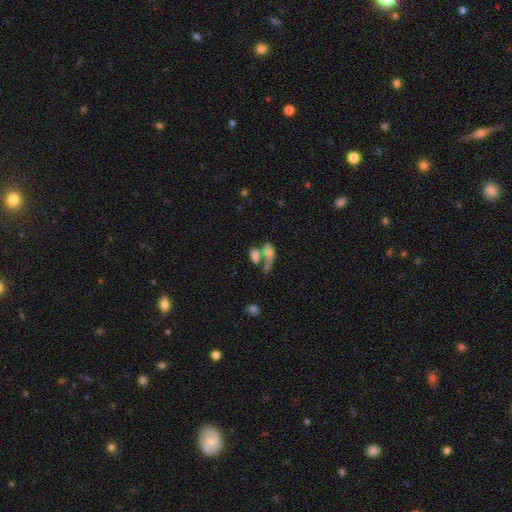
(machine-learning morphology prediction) Overall: smooth (68%). How rounded: in between (84%). Merging: merger (62%).